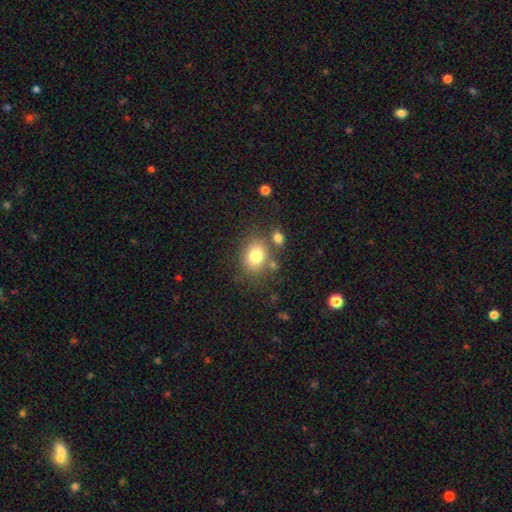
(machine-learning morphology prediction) smooth 79%, featured or disk 11%, star or artifact 10%. Down the decision tree: how rounded — in between (51%); merging — none (69%).